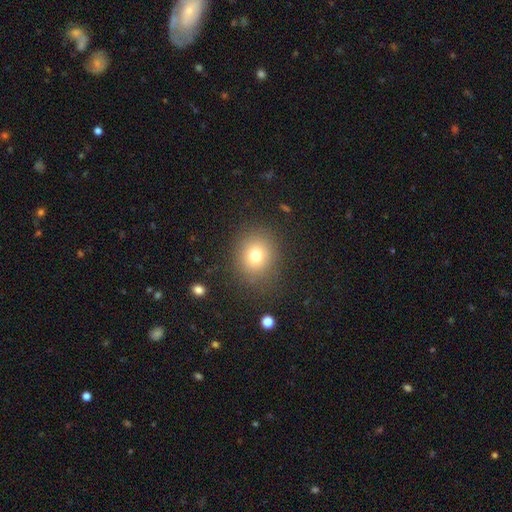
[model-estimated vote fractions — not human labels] This is likely a smooth galaxy (74%). How rounded: likely round (77%). Merging: clearly none (84%).